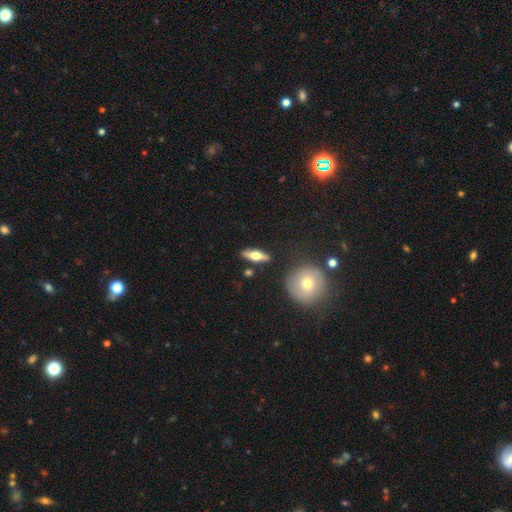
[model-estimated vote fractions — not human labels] Smooth or featured? Predicted: featured or disk (p=0.56). Edge-on disk? Predicted: yes (p=0.90). Edge-on bulge? Predicted: rounded (p=0.94). Merging? Predicted: none (p=0.85).